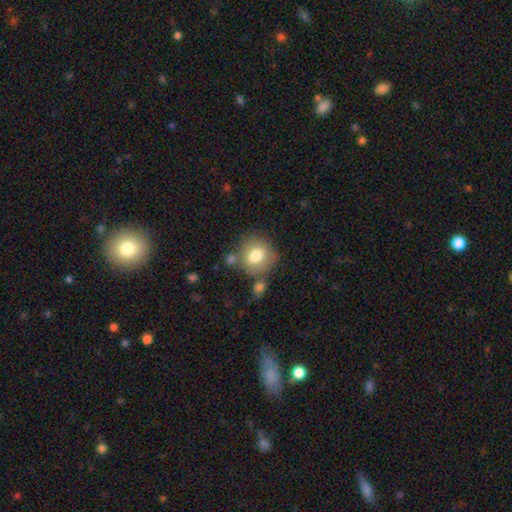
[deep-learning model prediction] This is likely a smooth galaxy (77%). How rounded: clearly round (87%). Merging: likely none (69%).